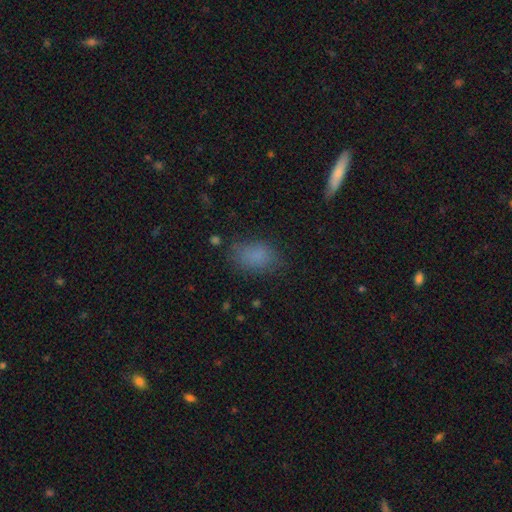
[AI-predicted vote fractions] Q: Smooth or featured?
A: smooth (81%); runner-up: star or artifact (12%)
Q: How rounded?
A: in between (84%); runner-up: round (14%)
Q: Merging?
A: none (71%); runner-up: minor disturbance (20%)